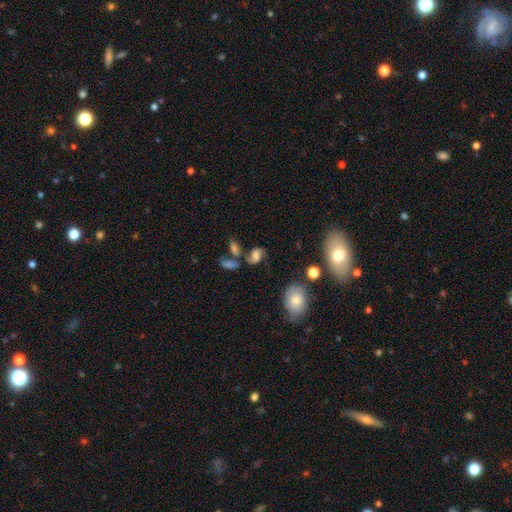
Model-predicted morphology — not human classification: Smooth or featured? smooth (48%)
Merging? none (50%)